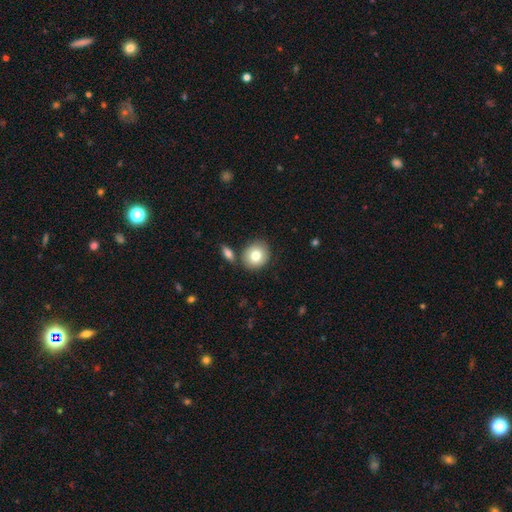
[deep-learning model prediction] Smooth or featured?
  - smooth: 79% *
  - featured or disk: 13%
  - star or artifact: 8%
How rounded?
  - round: 78% *
  - in between: 21%
  - cigar-shaped: 1%
Merging?
  - none: 75% *
  - merger: 12%
  - minor disturbance: 10%
  - major disturbance: 3%